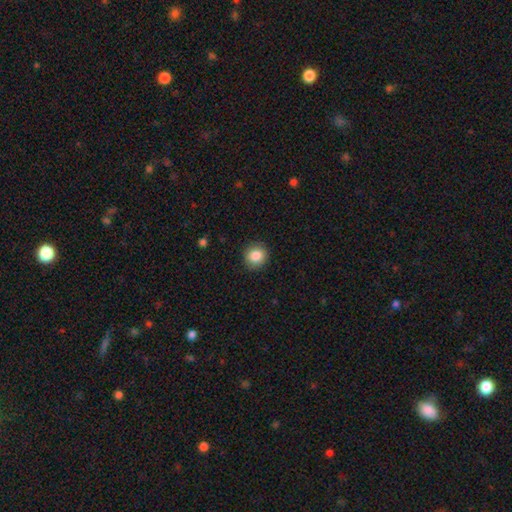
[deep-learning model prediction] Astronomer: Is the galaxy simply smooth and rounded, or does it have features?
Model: smooth — 86%.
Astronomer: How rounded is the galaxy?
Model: round — 89%.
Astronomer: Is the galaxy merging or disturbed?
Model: none — 89%.